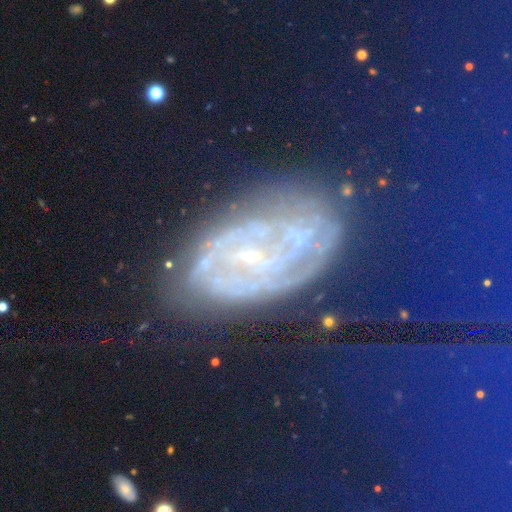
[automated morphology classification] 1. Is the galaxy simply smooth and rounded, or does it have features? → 41% star or artifact, 40% featured or disk, 19% smooth.